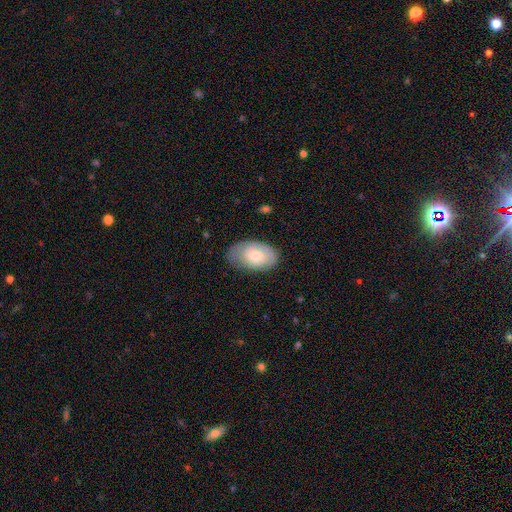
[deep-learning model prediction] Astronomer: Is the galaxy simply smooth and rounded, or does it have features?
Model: smooth — 49% (runner-up: featured or disk, 45%).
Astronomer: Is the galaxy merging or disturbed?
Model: none — 68%.